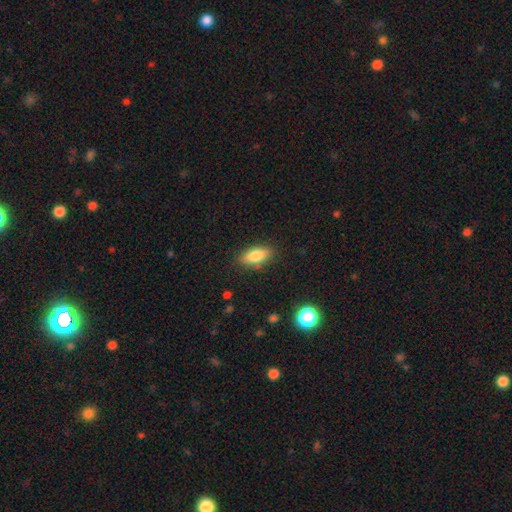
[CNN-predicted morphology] Smooth or featured?
  - smooth: 82% *
  - featured or disk: 11%
  - star or artifact: 8%
How rounded?
  - in between: 83% *
  - cigar-shaped: 14%
  - round: 4%
Merging?
  - none: 85% *
  - minor disturbance: 11%
  - major disturbance: 3%
  - merger: 1%